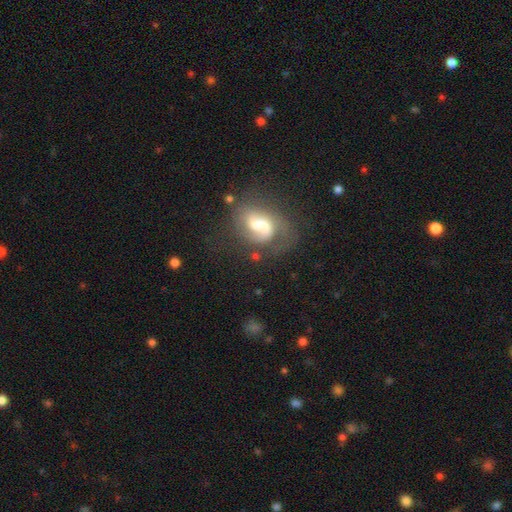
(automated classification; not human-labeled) Smooth or featured? Predicted: featured or disk (p=0.63). Edge-on disk? Predicted: no (p=0.97). Bar? Predicted: no (p=0.45). Spiral arms? Predicted: yes (p=0.79). Bulge size? Predicted: moderate (p=0.42). Merging? Predicted: none (p=0.43).